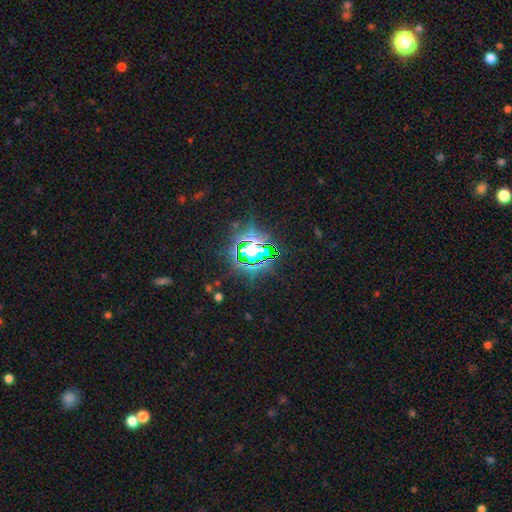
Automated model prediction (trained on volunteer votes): Smooth or featured? star or artifact (80%)